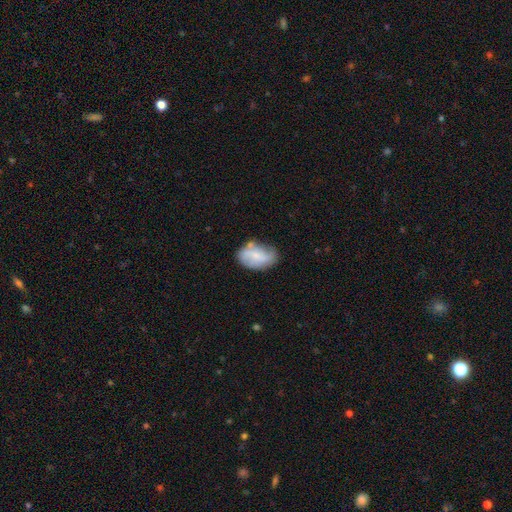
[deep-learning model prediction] Q: Smooth or featured?
A: featured or disk (47%); runner-up: smooth (45%)
Q: Merging?
A: none (55%); runner-up: minor disturbance (29%)